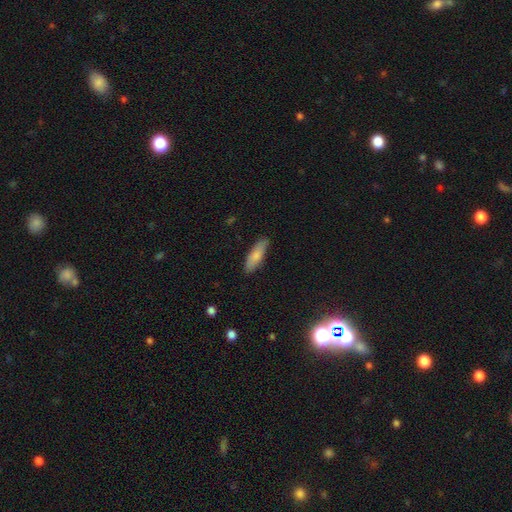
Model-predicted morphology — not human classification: Smooth or featured: smooth — 80% (featured or disk — 14%)
How rounded: in between — 51% (cigar-shaped — 47%)
Merging: none — 85% (minor disturbance — 12%)